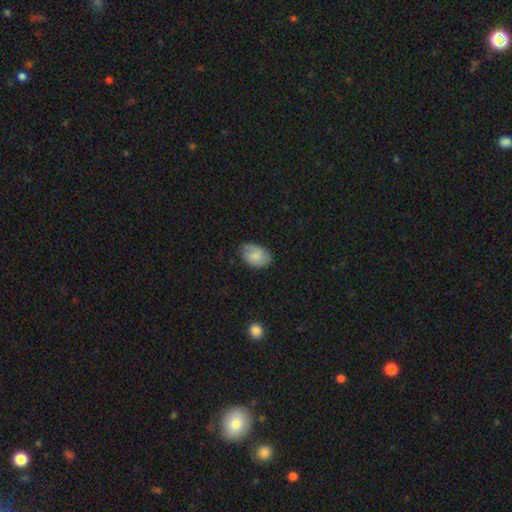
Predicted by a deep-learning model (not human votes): A smooth galaxy with no disk features (73%) that is in between round and cigar-shaped (85%).

Vote fractions:
- Smooth or featured? smooth: 73% / featured or disk: 20% / star or artifact: 7%
- How rounded? in between: 85% / round: 14% / cigar-shaped: 1%
- Merging? none: 69% / minor disturbance: 25% / major disturbance: 5% / merger: 1%